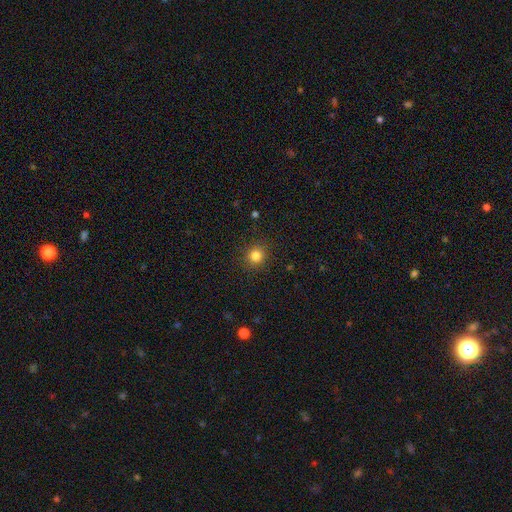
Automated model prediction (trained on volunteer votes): Overall: smooth (82%). How rounded: round (90%). Merging: none (90%).